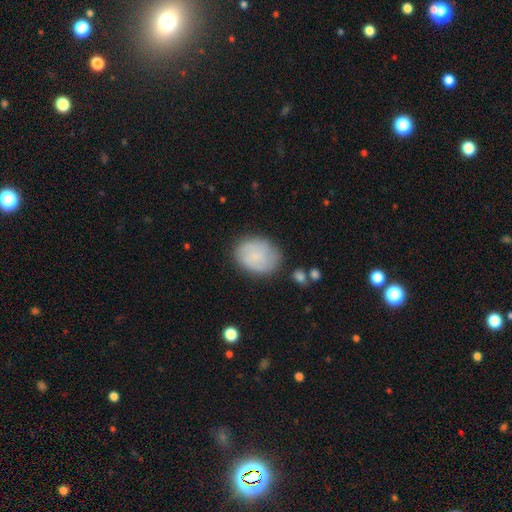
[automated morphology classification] Smooth or featured? smooth (71%)
How rounded? in between (54%)
Merging? none (75%)